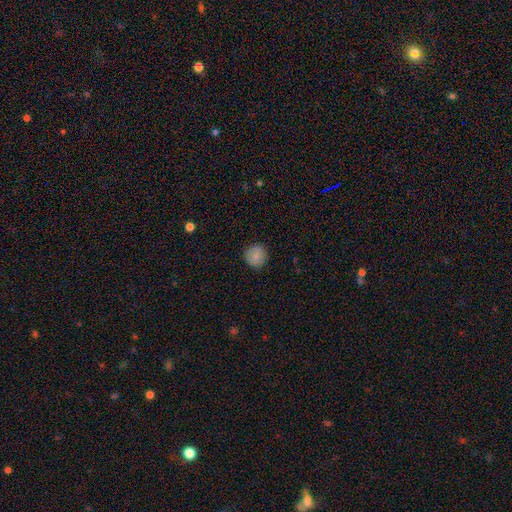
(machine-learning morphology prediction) smooth_or_featured: smooth (p=0.82) [alt: featured or disk p=0.10]
how_rounded: round (p=0.93) [alt: in between p=0.06]
merging: none (p=0.88) [alt: minor disturbance p=0.09]